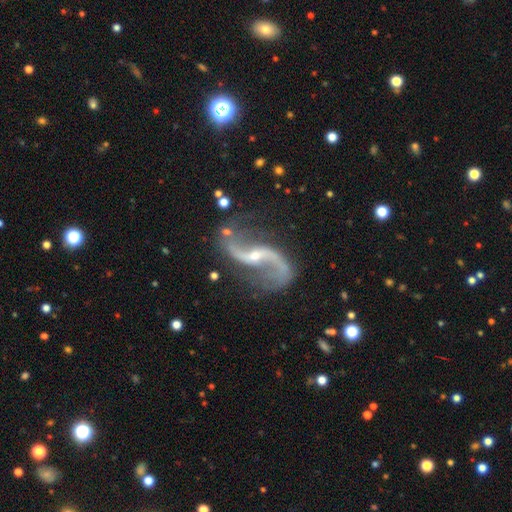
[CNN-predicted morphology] featured or disk 92%, star or artifact 5%, smooth 3%. Down the decision tree: edge-on disk — no (97%); bar — no (41%); spiral arms — yes (97%); spiral arm count — 2 (94%); spiral winding — loose (85%); bulge size — small (69%); merging — none (75%).